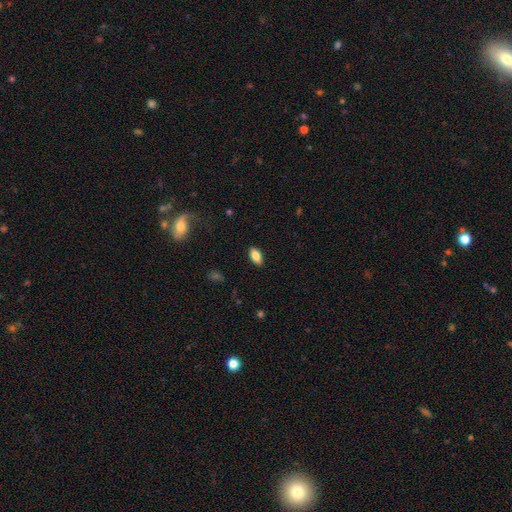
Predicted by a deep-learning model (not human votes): smooth 78%, featured or disk 14%, star or artifact 8%. Down the decision tree: how rounded — in between (89%); merging — none (87%).